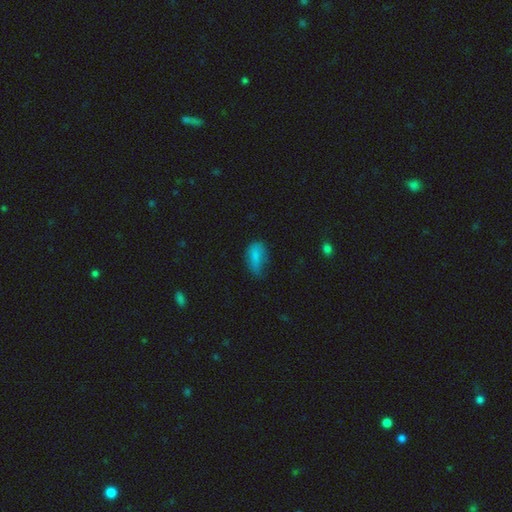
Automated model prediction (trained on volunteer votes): smooth 76%, featured or disk 13%, star or artifact 11%. Down the decision tree: how rounded — in between (87%); merging — none (40%).